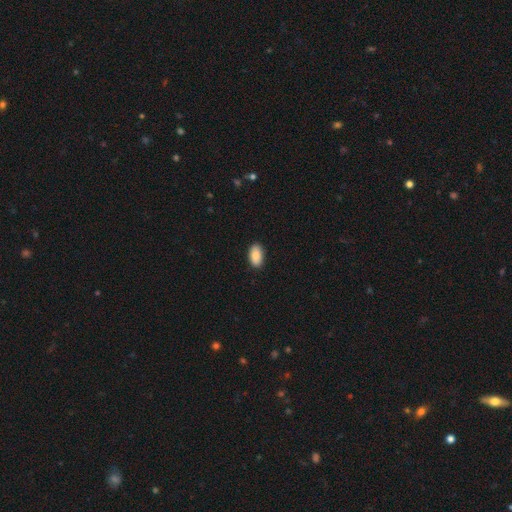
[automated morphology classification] Smooth or featured?
  - smooth: 86% *
  - featured or disk: 7%
  - star or artifact: 7%
How rounded?
  - in between: 94% *
  - round: 4%
  - cigar-shaped: 2%
Merging?
  - none: 89% *
  - minor disturbance: 9%
  - major disturbance: 2%
  - merger: 1%